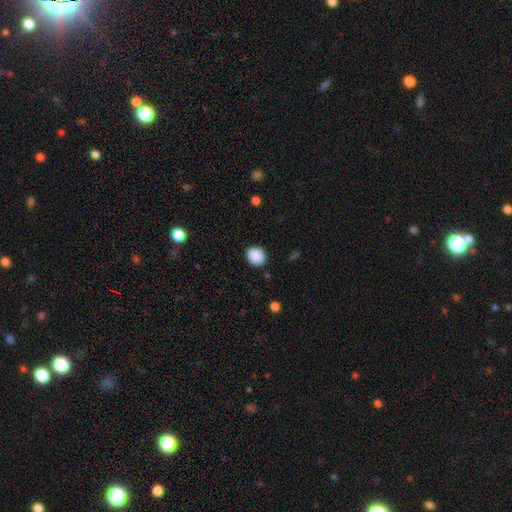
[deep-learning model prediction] The model was most divided on "how rounded": round: 73%, in between: 26%, cigar-shaped: 1%. More confident: merging — none (89%); smooth or featured — smooth (89%).